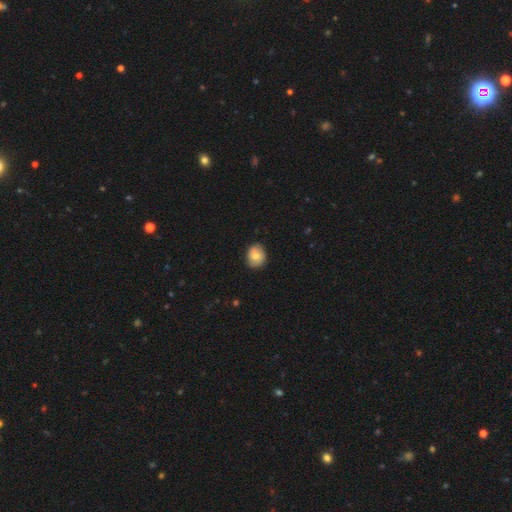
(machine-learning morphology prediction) Smooth or featured? smooth (68%)
How rounded? round (56%)
Merging? none (78%)